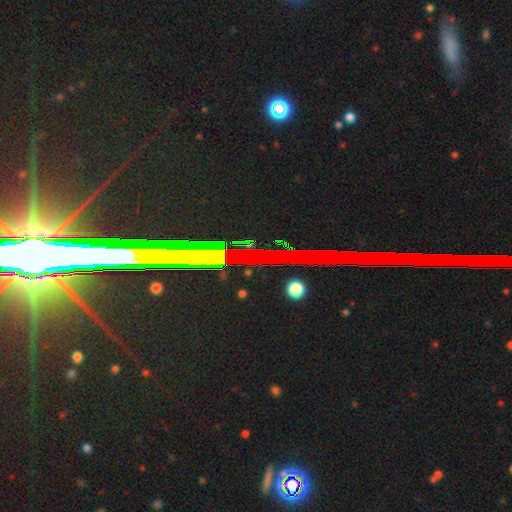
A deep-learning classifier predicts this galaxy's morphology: Overall: star or artifact (78%).